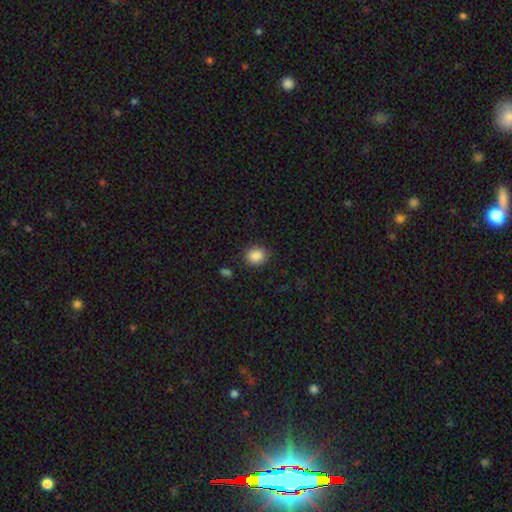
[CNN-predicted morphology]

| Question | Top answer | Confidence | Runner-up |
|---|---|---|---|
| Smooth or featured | smooth | 87% | star or artifact (9%) |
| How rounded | round | 64% | in between (35%) |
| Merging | none | 87% | minor disturbance (9%) |